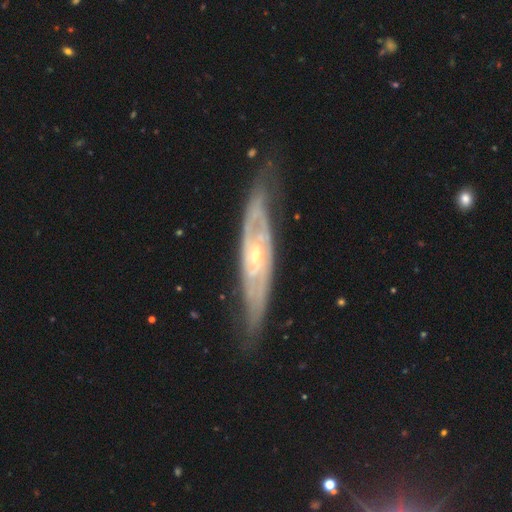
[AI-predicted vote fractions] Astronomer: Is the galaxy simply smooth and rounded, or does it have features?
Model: featured or disk — 85%.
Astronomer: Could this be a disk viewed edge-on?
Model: no — 71%.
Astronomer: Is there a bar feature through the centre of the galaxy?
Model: no — 60%.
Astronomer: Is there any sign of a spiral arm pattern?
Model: yes — 91%.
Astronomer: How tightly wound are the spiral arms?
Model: tight — 60%.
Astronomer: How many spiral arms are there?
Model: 2 — 43% (runner-up: can't tell, 38%).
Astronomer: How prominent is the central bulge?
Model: small — 67%.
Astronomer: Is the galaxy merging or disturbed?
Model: none — 75%.